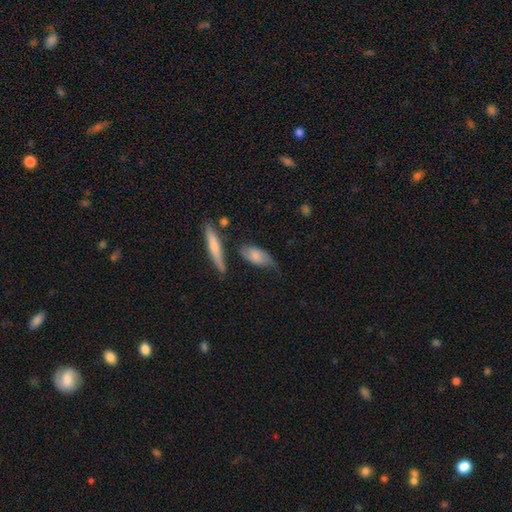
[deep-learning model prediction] Smooth or featured? smooth (64%)
How rounded? in between (83%)
Merging? none (51%)